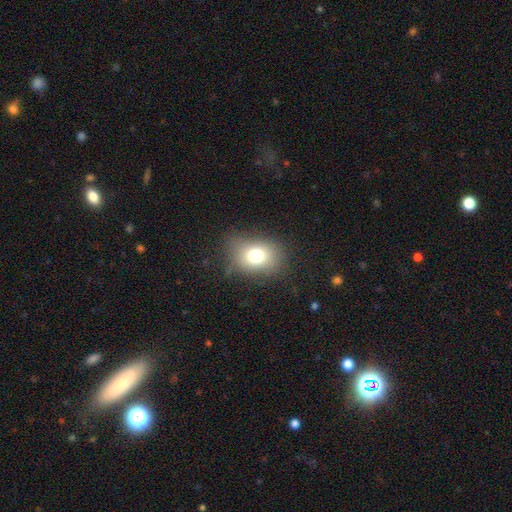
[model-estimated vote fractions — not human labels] Smooth or featured?
  - smooth: 74% *
  - featured or disk: 14%
  - star or artifact: 13%
How rounded?
  - in between: 62% *
  - round: 37%
  - cigar-shaped: 1%
Merging?
  - none: 72% *
  - minor disturbance: 19%
  - major disturbance: 8%
  - merger: 1%